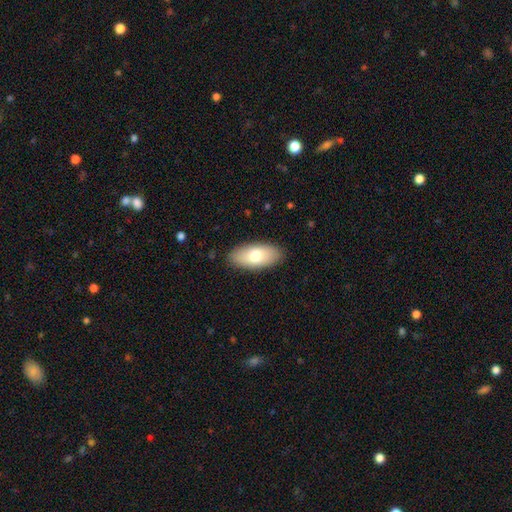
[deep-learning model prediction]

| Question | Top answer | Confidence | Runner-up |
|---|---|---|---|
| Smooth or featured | smooth | 74% | featured or disk (20%) |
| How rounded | in between | 90% | cigar-shaped (8%) |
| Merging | none | 88% | minor disturbance (9%) |